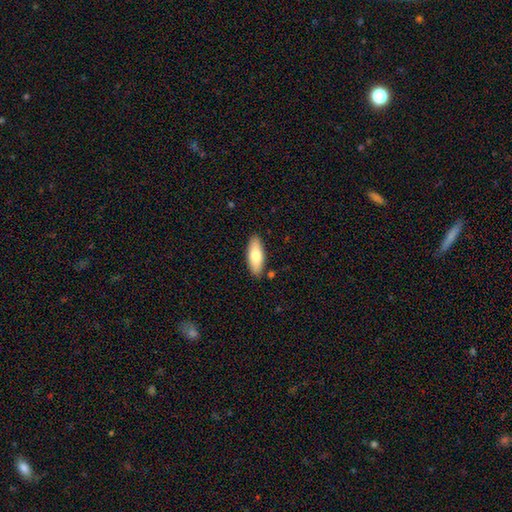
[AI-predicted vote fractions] Smooth or featured? Predicted: smooth (p=0.73). How rounded? Predicted: in between (p=0.74). Merging? Predicted: none (p=0.87).